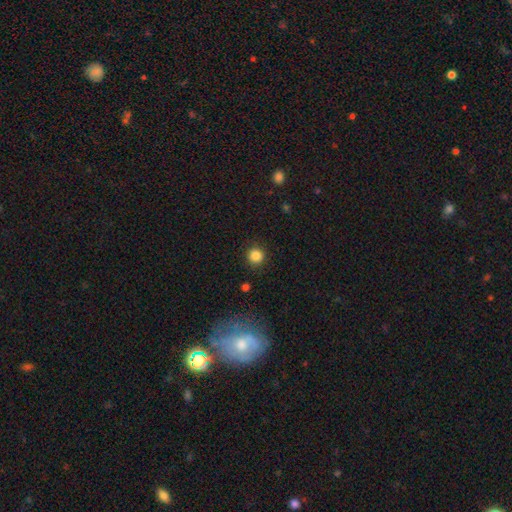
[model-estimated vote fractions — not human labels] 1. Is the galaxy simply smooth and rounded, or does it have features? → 85% smooth, 12% star or artifact, 4% featured or disk.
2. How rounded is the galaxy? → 94% round, 5% in between, 1% cigar-shaped.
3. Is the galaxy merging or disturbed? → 89% none, 7% minor disturbance, 2% major disturbance, 1% merger.